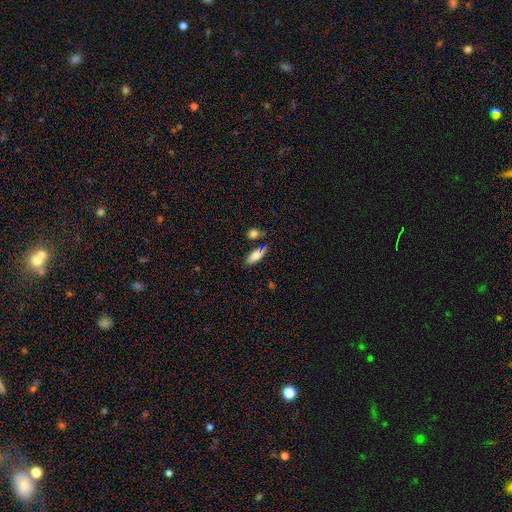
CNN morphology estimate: Smooth or featured?
  - smooth: 76% *
  - featured or disk: 17%
  - star or artifact: 7%
How rounded?
  - in between: 67% *
  - cigar-shaped: 31%
  - round: 3%
Merging?
  - none: 69% *
  - minor disturbance: 15%
  - merger: 12%
  - major disturbance: 4%